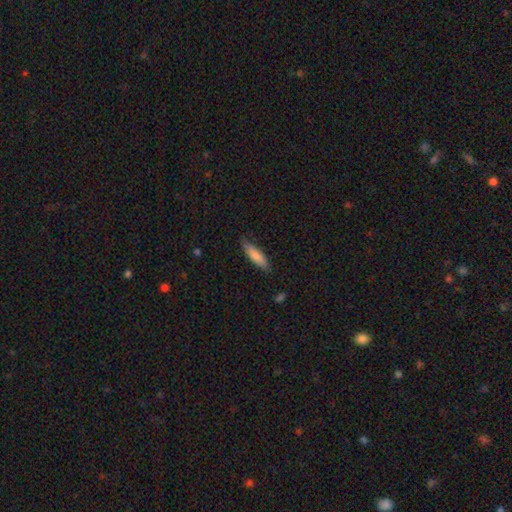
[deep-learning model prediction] A smooth galaxy with no disk features (83%) that is cigar-shaped (67%). Merging: none (83%).